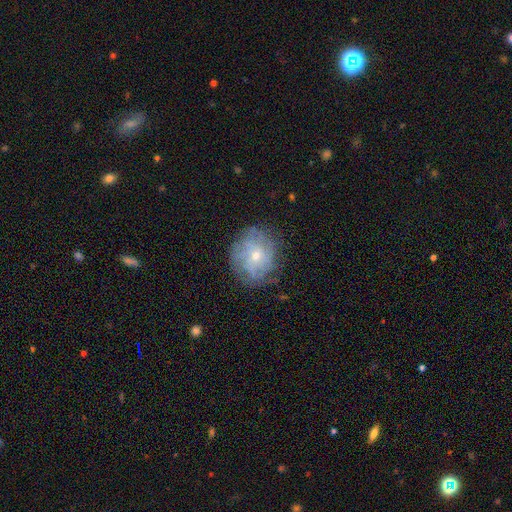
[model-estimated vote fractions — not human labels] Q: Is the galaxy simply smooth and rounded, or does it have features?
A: featured or disk — 62%.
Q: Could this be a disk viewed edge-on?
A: no — 97%.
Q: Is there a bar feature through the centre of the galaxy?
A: no — 76%.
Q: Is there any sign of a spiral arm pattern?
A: yes — 79%.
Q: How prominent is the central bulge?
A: small — 60%.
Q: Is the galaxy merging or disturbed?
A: none — 78%.